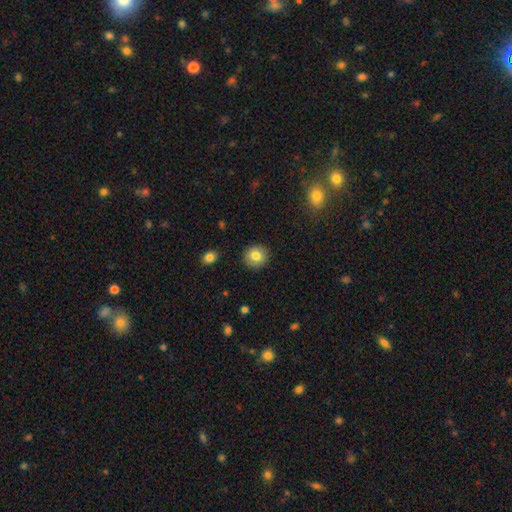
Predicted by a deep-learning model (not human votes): smooth 82%, featured or disk 9%, star or artifact 9%. Down the decision tree: how rounded — round (88%); merging — none (90%).